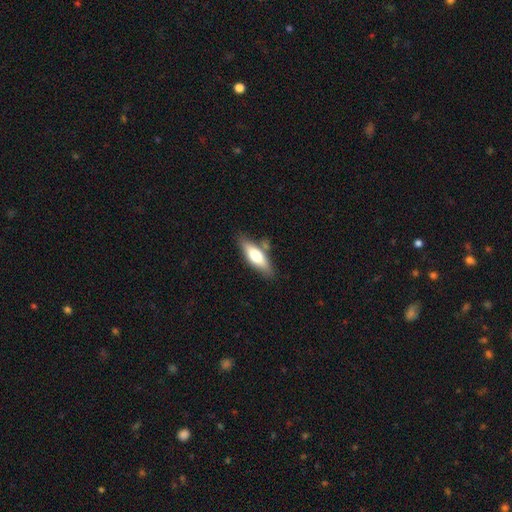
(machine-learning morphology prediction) smooth-or-featured: smooth: 61% | featured or disk: 34% | star or artifact: 6%
  how-rounded: in between: 54% | cigar-shaped: 44% | round: 2%
  merging: none: 75% | minor disturbance: 14% | merger: 8% | major disturbance: 3%